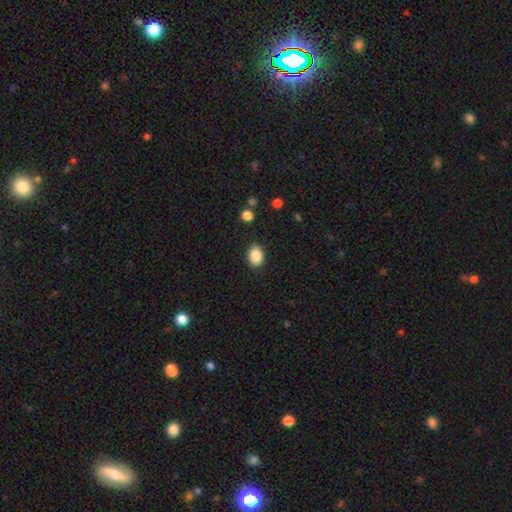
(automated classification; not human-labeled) Smooth or featured: smooth — 88% (star or artifact — 8%)
How rounded: in between — 64% (round — 35%)
Merging: none — 87% (minor disturbance — 9%)